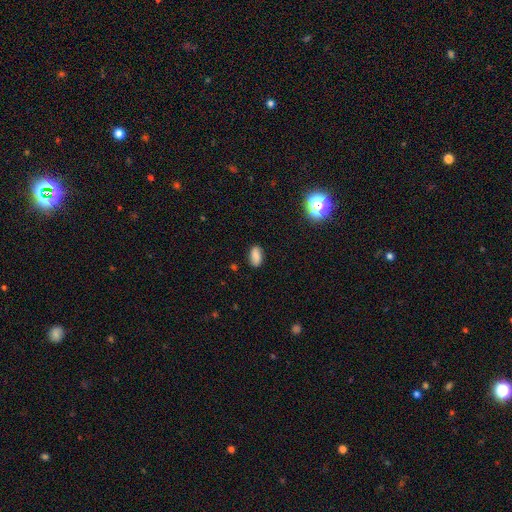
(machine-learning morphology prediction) Smooth or featured: smooth — 82% (star or artifact — 10%)
How rounded: in between — 92% (round — 5%)
Merging: none — 84% (minor disturbance — 12%)